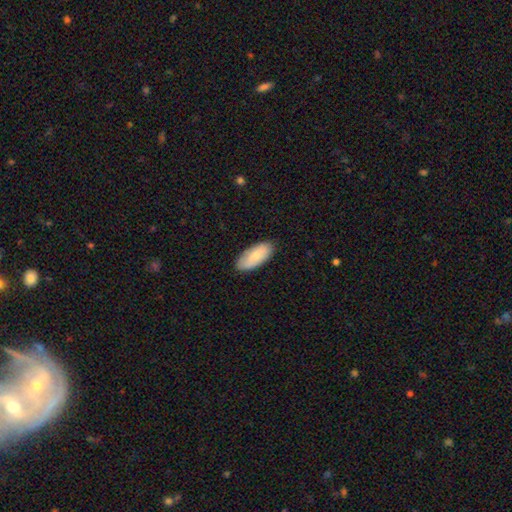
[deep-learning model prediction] Q: Smooth or featured?
A: smooth (77%); runner-up: featured or disk (17%)
Q: How rounded?
A: in between (89%); runner-up: cigar-shaped (9%)
Q: Merging?
A: none (85%); runner-up: minor disturbance (12%)